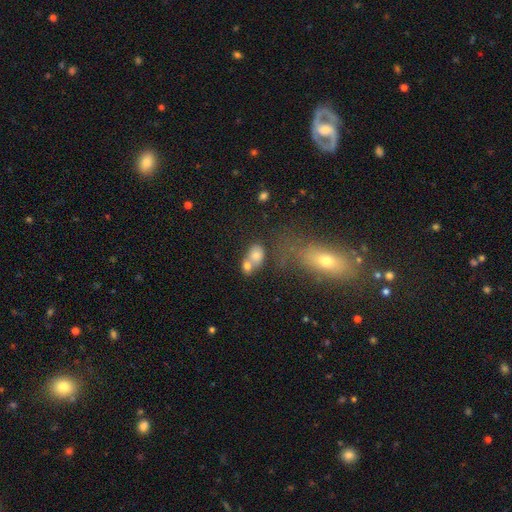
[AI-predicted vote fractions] The model was most divided on "merging": merger: 55%, none: 28%, minor disturbance: 10%, major disturbance: 7%. More confident: smooth or featured — smooth (70%); how rounded — in between (69%).